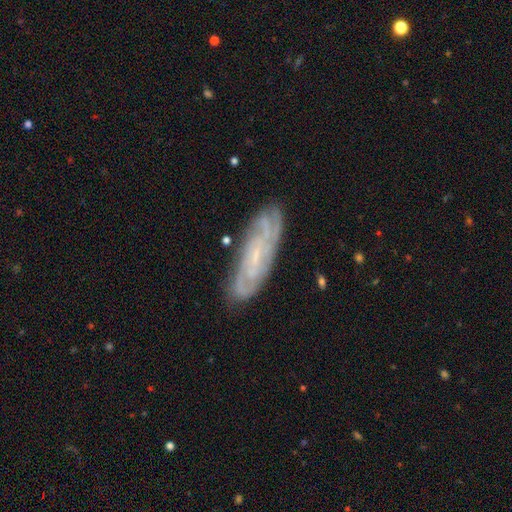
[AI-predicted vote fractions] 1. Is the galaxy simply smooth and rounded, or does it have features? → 76% featured or disk, 16% smooth, 8% star or artifact.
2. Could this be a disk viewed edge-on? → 84% no, 16% yes.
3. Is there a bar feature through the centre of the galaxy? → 60% no, 30% weak, 10% strong.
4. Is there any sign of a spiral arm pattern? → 93% yes, 7% no.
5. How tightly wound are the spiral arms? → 68% tight, 26% medium, 6% loose.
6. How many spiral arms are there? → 41% can't tell, 16% 4, 15% 3, 15% 2, 7% more than 4, 5% 1.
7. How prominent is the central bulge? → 73% small, 13% none, 12% moderate, 1% large, 1% dominant.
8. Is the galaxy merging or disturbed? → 81% none, 14% minor disturbance, 3% major disturbance, 2% merger.